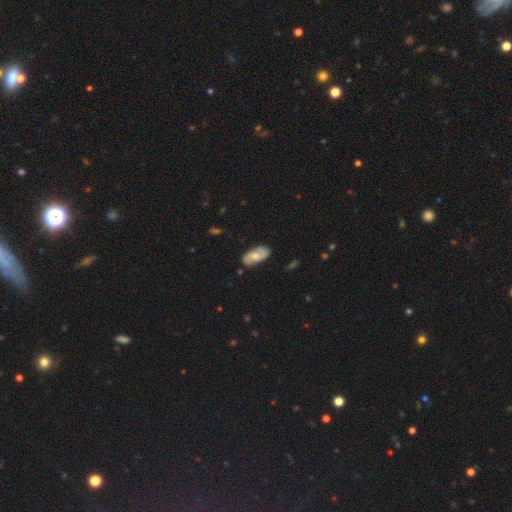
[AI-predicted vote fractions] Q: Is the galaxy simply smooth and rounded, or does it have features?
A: featured or disk — 54%.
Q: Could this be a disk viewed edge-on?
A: no — 92%.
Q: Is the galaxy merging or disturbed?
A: none — 80%.